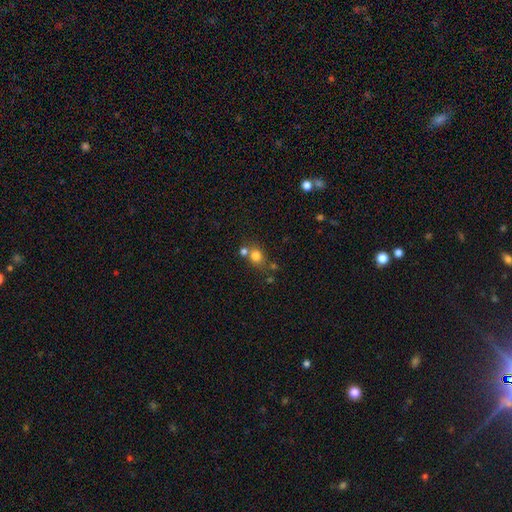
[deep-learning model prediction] A smooth galaxy with no disk features (77%) that is round (71%). Merging: none (56%).